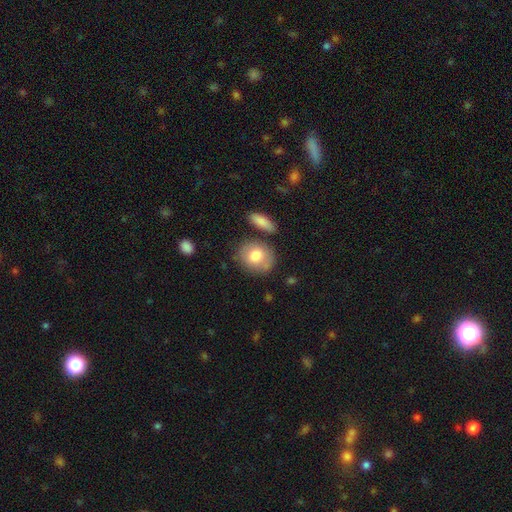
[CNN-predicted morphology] Smooth or featured: smooth — 75% (featured or disk — 18%)
How rounded: round — 64% (in between — 35%)
Merging: none — 67% (minor disturbance — 17%)